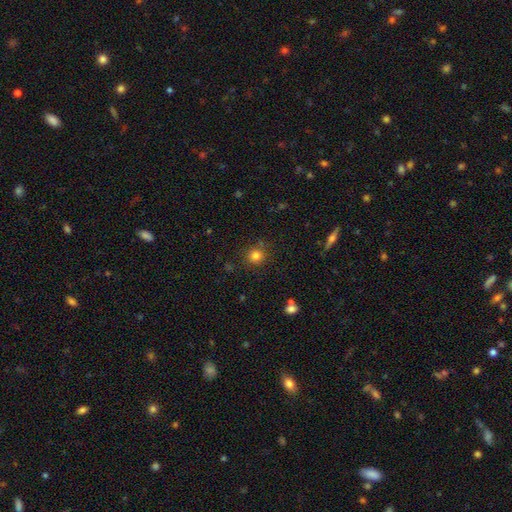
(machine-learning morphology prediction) A smooth galaxy with no disk features (81%) that is round (92%).

Vote fractions:
- Smooth or featured? smooth: 81% / star or artifact: 13% / featured or disk: 6%
- How rounded? round: 92% / in between: 7% / cigar-shaped: 1%
- Merging? none: 85% / minor disturbance: 8% / merger: 4% / major disturbance: 3%